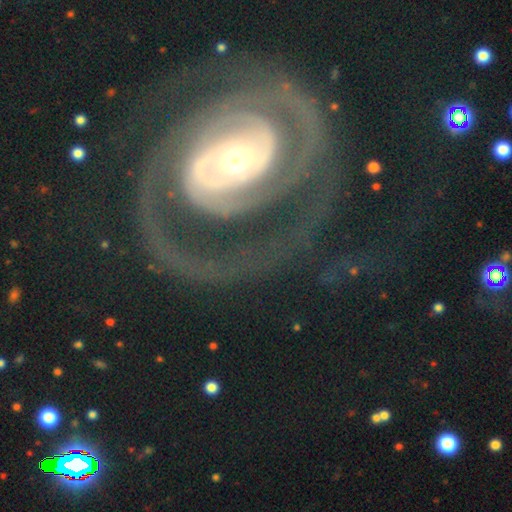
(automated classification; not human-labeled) smooth_or_featured: featured or disk (p=0.89) [alt: smooth p=0.06]
disk_edge_on: no (p=0.97) [alt: yes p=0.03]
bar: no (p=0.60) [alt: weak p=0.23]
has_spiral_arms: yes (p=0.93) [alt: no p=0.07]
spiral_winding: tight (p=0.51) [alt: medium p=0.33]
spiral_arm_count: 2 (p=0.54) [alt: can't tell p=0.14]
bulge_size: moderate (p=0.58) [alt: small p=0.29]
merging: none (p=0.57) [alt: major disturbance p=0.27]